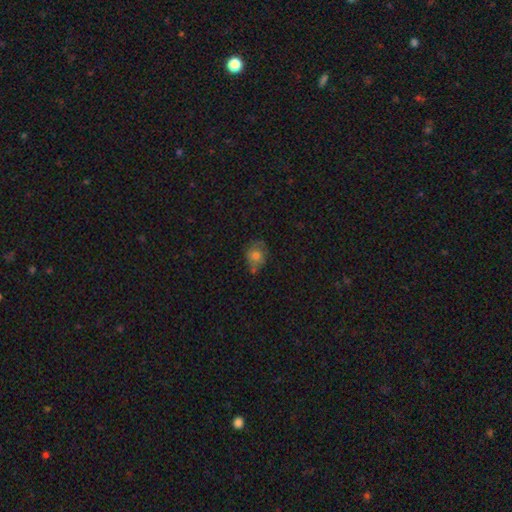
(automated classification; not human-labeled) The model was most divided on "how rounded": in between: 51%, round: 48%, cigar-shaped: 1%. Remaining: smooth or featured — smooth (72%); merging — none (48%).